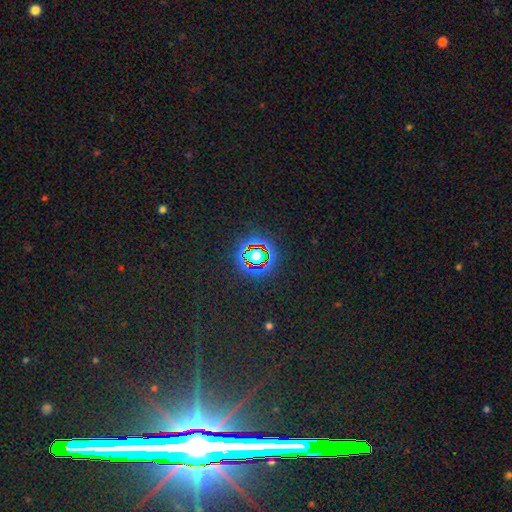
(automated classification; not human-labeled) This appears to be a star or artifact, not a galaxy (71%).